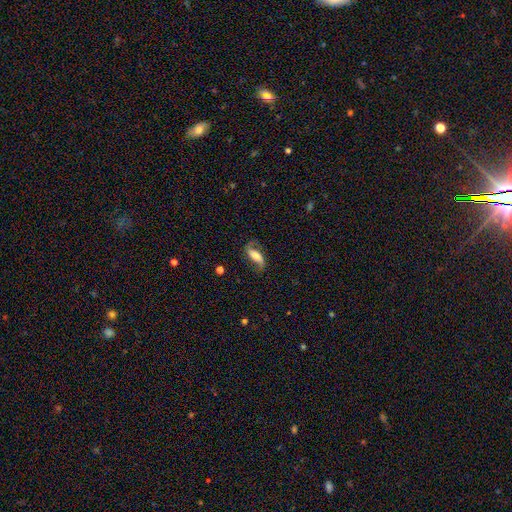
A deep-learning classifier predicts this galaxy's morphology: A featured or disk galaxy (69%) with no bar (36%), 2 (88%) loose (68%) spiral arms (92%) and a moderate central bulge (48%). Merging: none (68%).